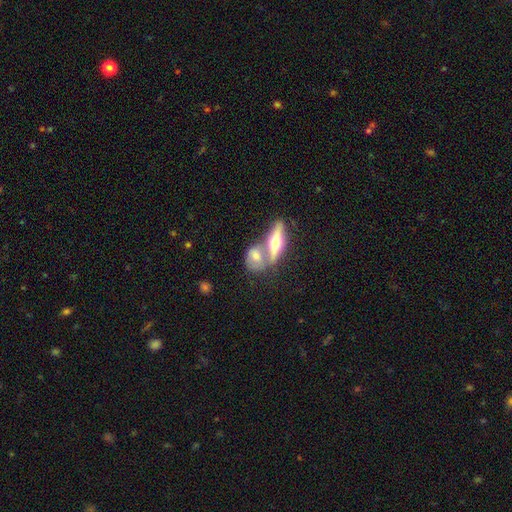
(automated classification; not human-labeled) Smooth or featured?
  - featured or disk: 47% *
  - smooth: 46%
  - star or artifact: 7%
Merging?
  - merger: 50% *
  - none: 37%
  - minor disturbance: 9%
  - major disturbance: 5%